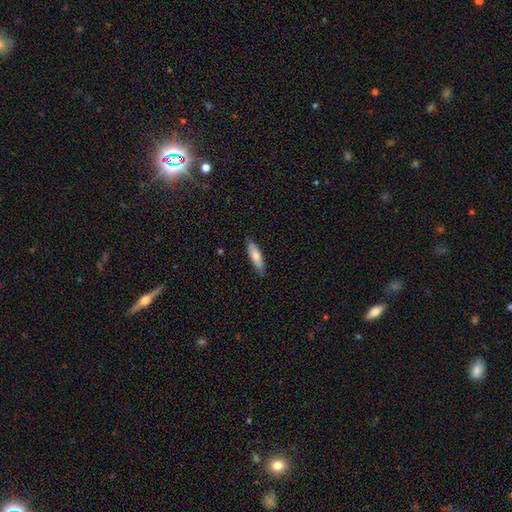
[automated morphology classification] This appears to be a smooth galaxy with no disk features (74%) that is cigar-shaped (57%). Merging: none (85%).